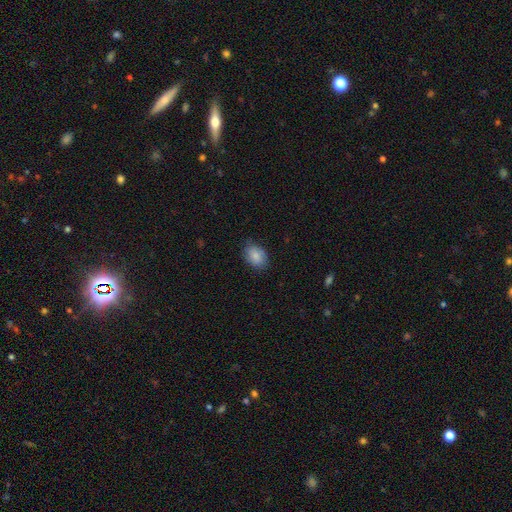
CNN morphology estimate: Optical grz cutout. It shows a smooth galaxy with no disk features (83%) that is in between round and cigar-shaped (77%). Merging: none (80%).